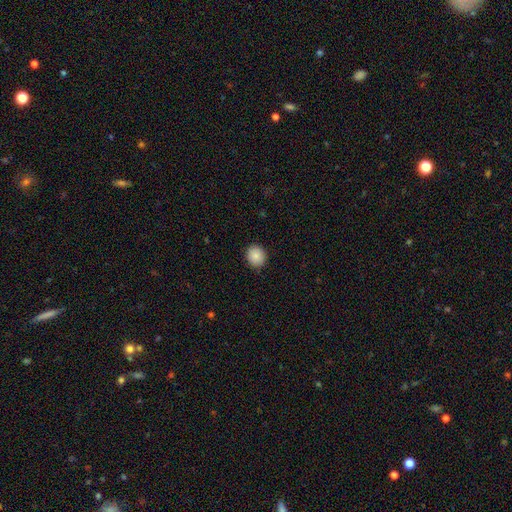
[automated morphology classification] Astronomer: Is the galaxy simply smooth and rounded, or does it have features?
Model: smooth — 87%.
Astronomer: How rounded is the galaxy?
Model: round — 81%.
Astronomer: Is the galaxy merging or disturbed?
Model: none — 90%.